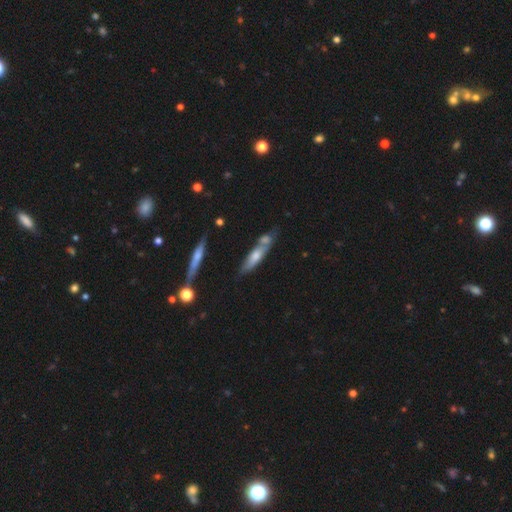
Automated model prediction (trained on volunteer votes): Smooth or featured? smooth (47%)
Merging? none (49%)